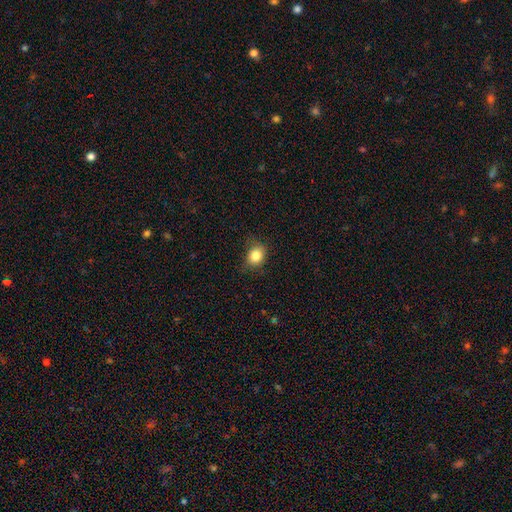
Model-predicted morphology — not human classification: smooth 83%, star or artifact 10%, featured or disk 6%. Down the decision tree: how rounded — round (53%); merging — none (74%).